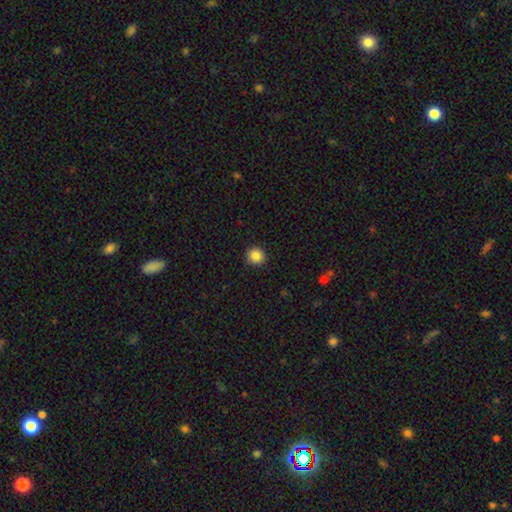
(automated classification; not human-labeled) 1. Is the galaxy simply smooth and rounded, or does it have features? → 87% smooth, 10% star or artifact, 3% featured or disk.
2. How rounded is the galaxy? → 93% round, 6% in between, 1% cigar-shaped.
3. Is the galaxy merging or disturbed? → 92% none, 5% minor disturbance, 2% major disturbance, 1% merger.